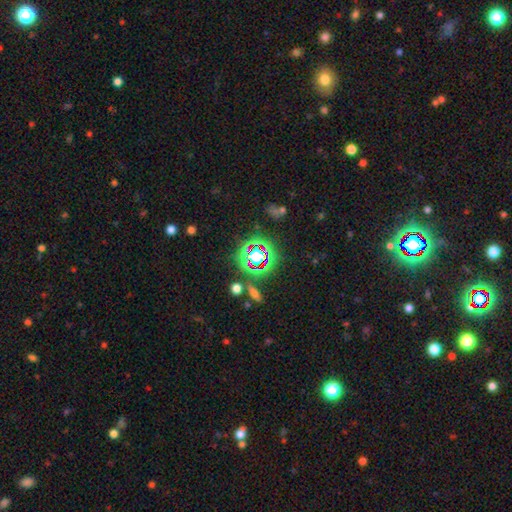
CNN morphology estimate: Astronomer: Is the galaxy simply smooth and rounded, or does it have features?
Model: star or artifact — 65%.